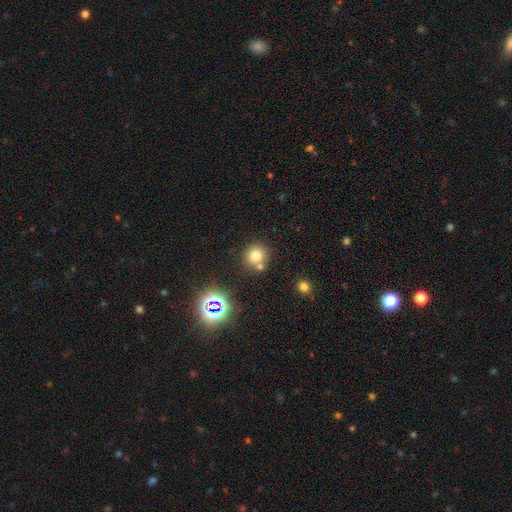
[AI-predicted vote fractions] This appears to be a smooth galaxy with no disk features (73%) that is round (91%). Merging: none (67%).